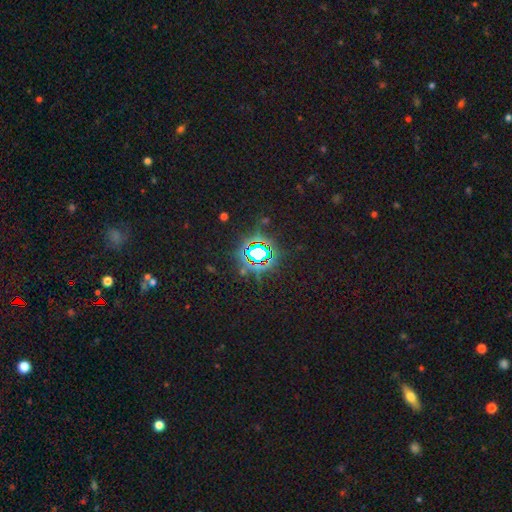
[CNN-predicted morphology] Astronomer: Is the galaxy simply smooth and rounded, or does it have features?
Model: star or artifact — 75%.